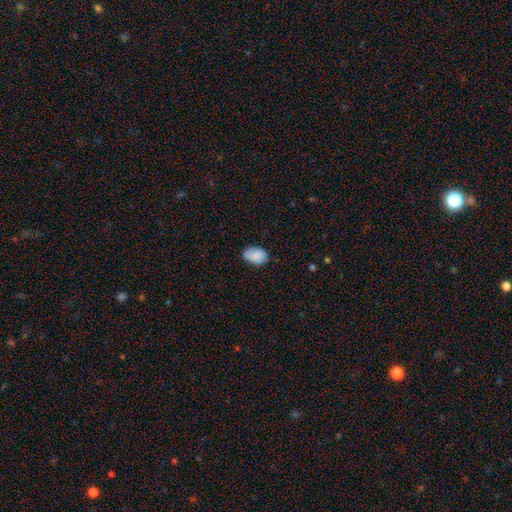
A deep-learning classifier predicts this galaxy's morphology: smooth 84%, featured or disk 9%, star or artifact 7%. Down the decision tree: how rounded — in between (80%); merging — none (69%).